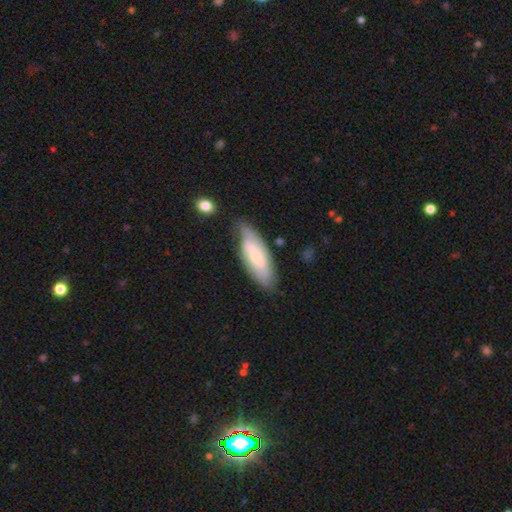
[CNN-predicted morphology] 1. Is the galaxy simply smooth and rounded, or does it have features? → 49% smooth, 45% featured or disk, 6% star or artifact.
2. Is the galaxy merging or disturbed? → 65% none, 25% minor disturbance, 7% major disturbance, 3% merger.